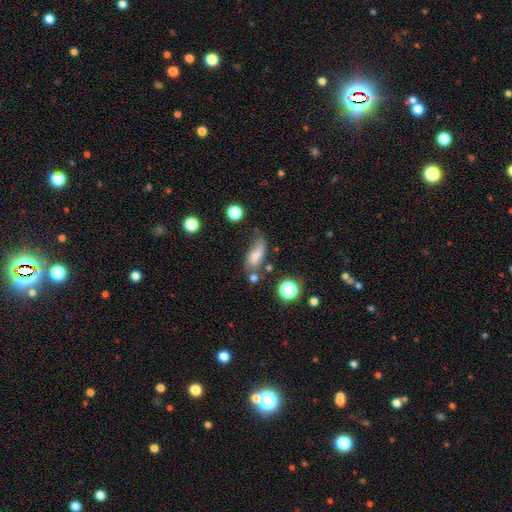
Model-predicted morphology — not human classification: This appears to be a smooth galaxy with no disk features (66%) that is in between round and cigar-shaped (75%). Merging: none (41%).